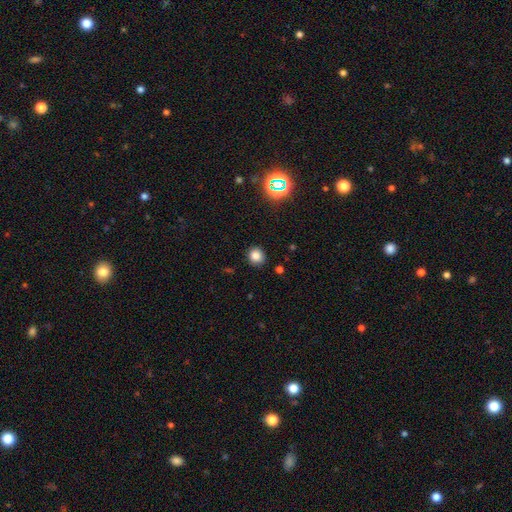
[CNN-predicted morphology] smooth-or-featured: smooth: 82% | star or artifact: 13% | featured or disk: 5%
  how-rounded: round: 83% | in between: 16% | cigar-shaped: 1%
  merging: none: 88% | minor disturbance: 8% | major disturbance: 2% | merger: 1%